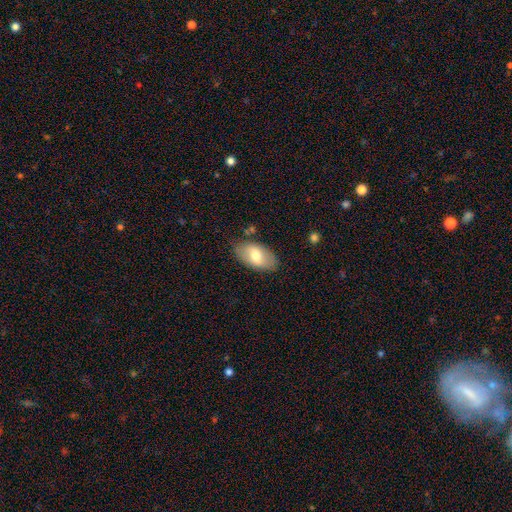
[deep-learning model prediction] This appears to be a smooth galaxy with no disk features (65%) that is in between round and cigar-shaped (94%). Merging: none (81%).